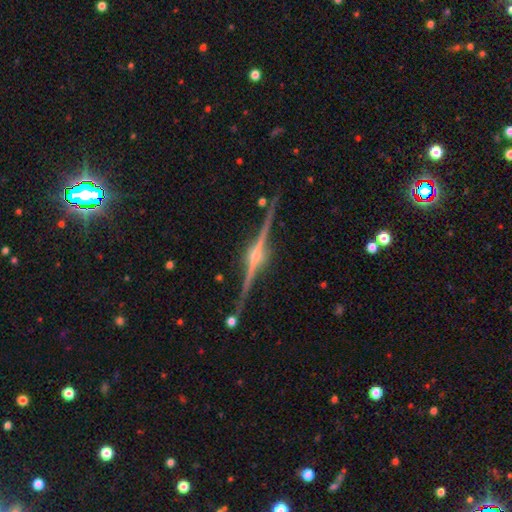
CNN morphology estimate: This appears to be a featured or disk galaxy (91%) viewed edge-on (98%) with a rounded central bulge (89%). Merging: none (87%).